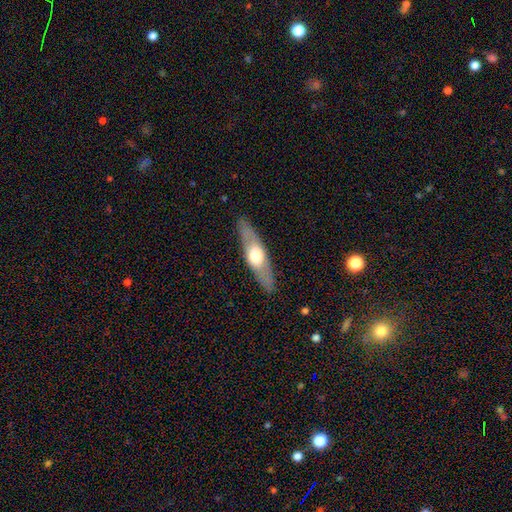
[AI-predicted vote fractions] This appears to be a featured or disk galaxy (54%) viewed edge-on (75%). Merging: none (87%).